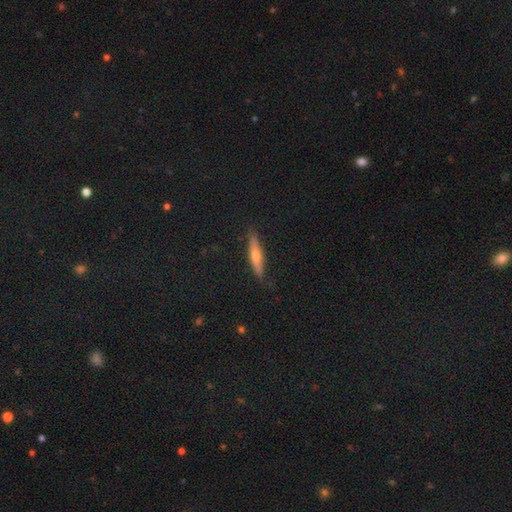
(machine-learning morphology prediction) A featured or disk galaxy (55%) viewed edge-on (93%) with a rounded central bulge (86%). Merging: none (86%).